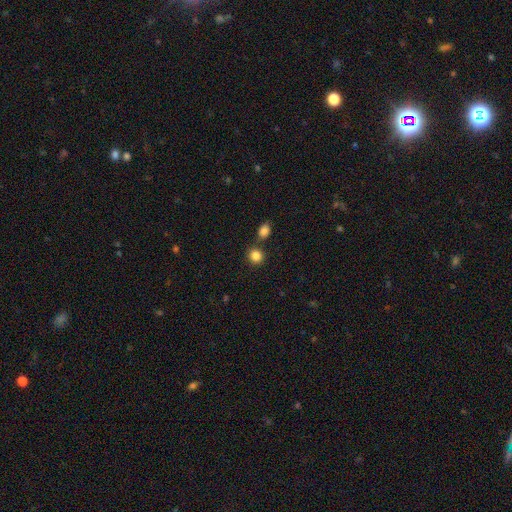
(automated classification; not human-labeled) Smooth or featured? Predicted: smooth (p=0.85). How rounded? Predicted: round (p=0.86). Merging? Predicted: none (p=0.75).